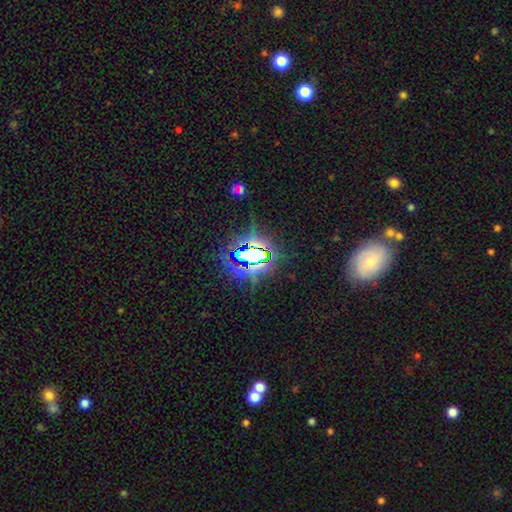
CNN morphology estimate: star or artifact 76%, smooth 13%, featured or disk 11%.